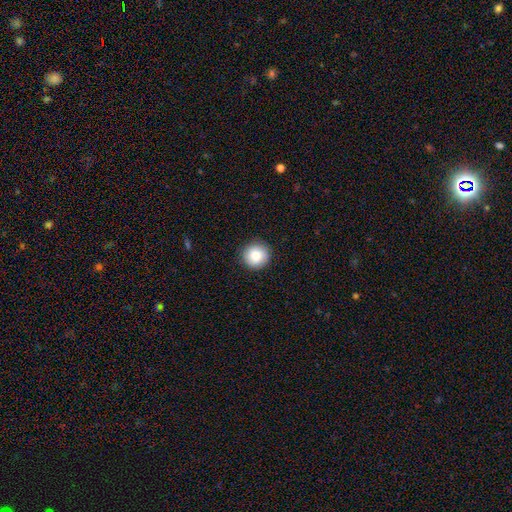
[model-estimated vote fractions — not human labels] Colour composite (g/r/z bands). It shows a smooth galaxy with no disk features (84%) that is round (94%). Merging: none (90%).